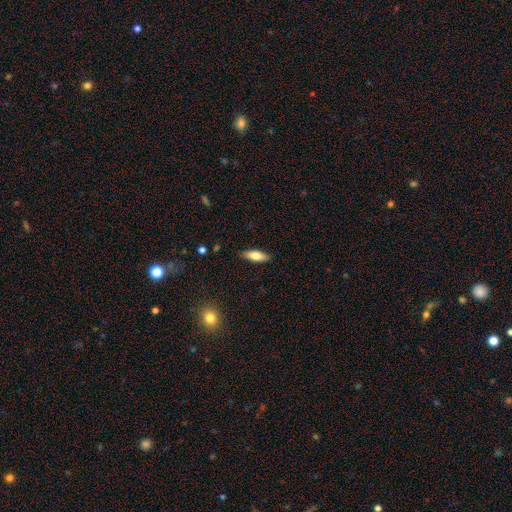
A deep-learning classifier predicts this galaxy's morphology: The model was most divided on "how rounded": in between: 64%, cigar-shaped: 34%, round: 2%. More confident: merging — none (87%); smooth or featured — smooth (72%).